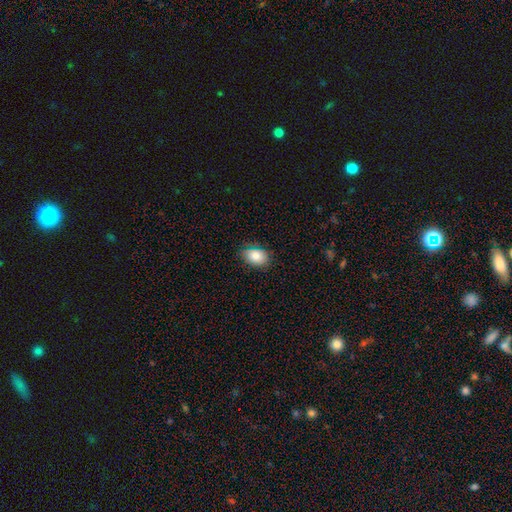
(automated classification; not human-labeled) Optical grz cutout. It shows a smooth galaxy with no disk features (82%) that is in between round and cigar-shaped (79%). Merging: none (79%).